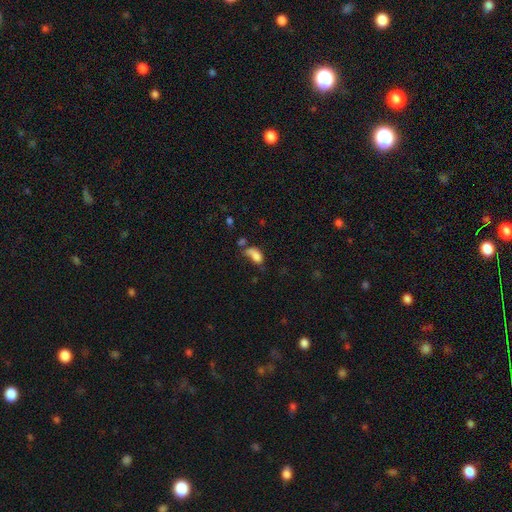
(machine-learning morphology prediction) Q: Smooth or featured?
A: smooth (71%); runner-up: featured or disk (17%)
Q: How rounded?
A: in between (85%); runner-up: round (9%)
Q: Merging?
A: major disturbance (30%); runner-up: none (26%)